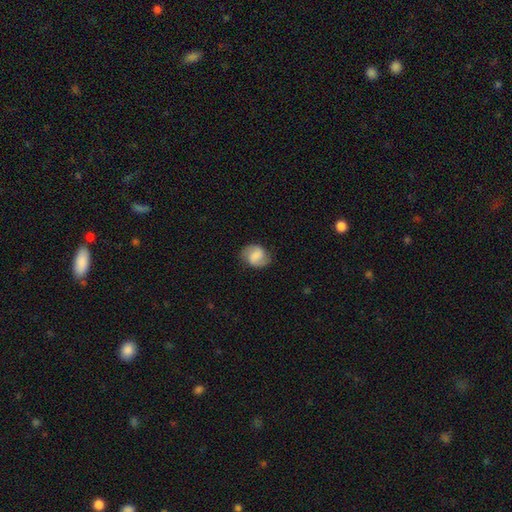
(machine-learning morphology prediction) smooth 47%, featured or disk 45%, star or artifact 8%. Down the decision tree: merging — none (77%).